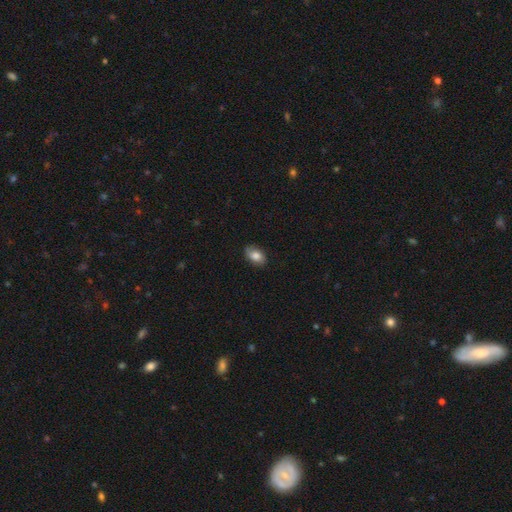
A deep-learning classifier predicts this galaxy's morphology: A smooth galaxy with no disk features (80%) that is in between round and cigar-shaped (88%).

Vote fractions:
- Smooth or featured? smooth: 80% / featured or disk: 13% / star or artifact: 7%
- How rounded? in between: 88% / round: 10% / cigar-shaped: 2%
- Merging? none: 83% / minor disturbance: 13% / major disturbance: 2% / merger: 1%